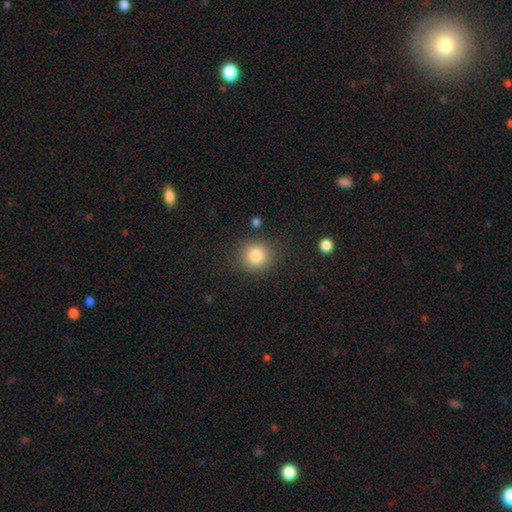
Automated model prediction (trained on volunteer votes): Smooth or featured? Predicted: smooth (p=0.83). How rounded? Predicted: round (p=0.89). Merging? Predicted: none (p=0.86).